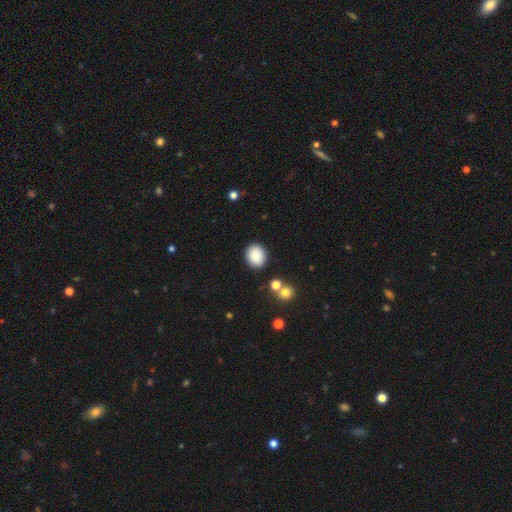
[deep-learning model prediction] smooth-or-featured: smooth: 88% | star or artifact: 8% | featured or disk: 4%
  how-rounded: round: 56% | in between: 43% | cigar-shaped: 1%
  merging: none: 86% | minor disturbance: 8% | merger: 3% | major disturbance: 3%